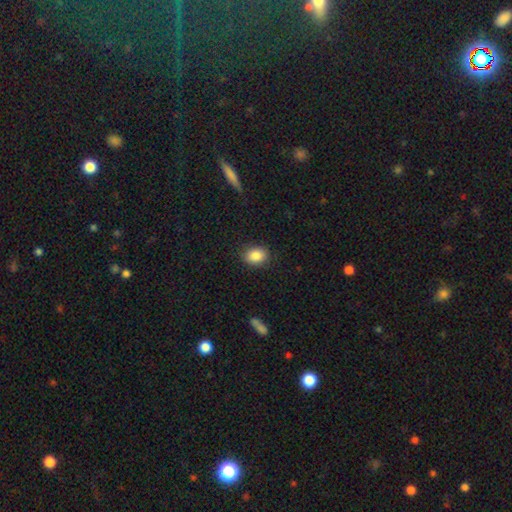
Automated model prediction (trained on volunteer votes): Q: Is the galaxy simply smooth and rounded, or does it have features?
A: smooth — 86%.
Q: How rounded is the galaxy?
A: in between — 61%.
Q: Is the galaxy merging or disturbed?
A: none — 86%.